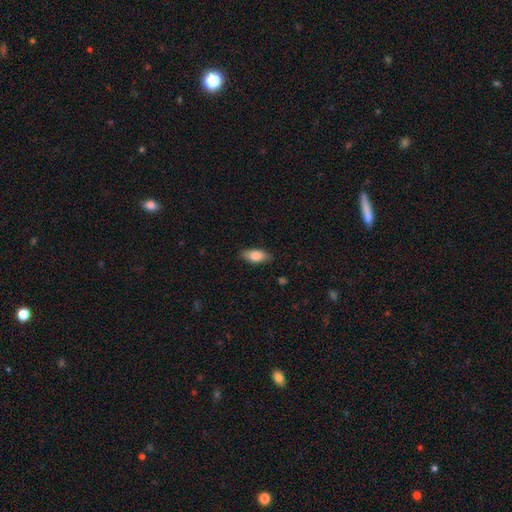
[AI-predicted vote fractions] Overall: smooth (82%). How rounded: in between (85%). Merging: none (86%).